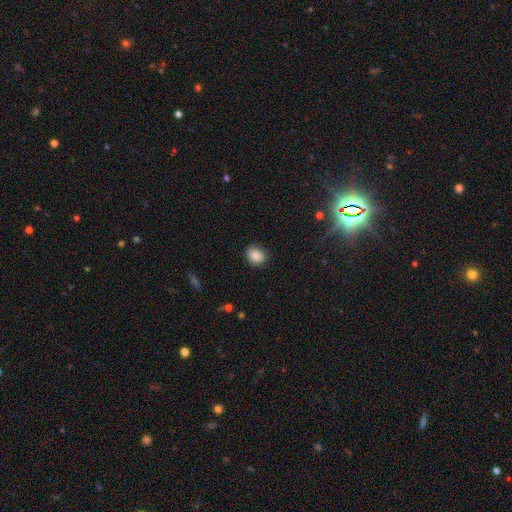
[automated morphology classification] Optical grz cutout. It shows a smooth galaxy with no disk features (87%) that is round (50%). Merging: none (80%).